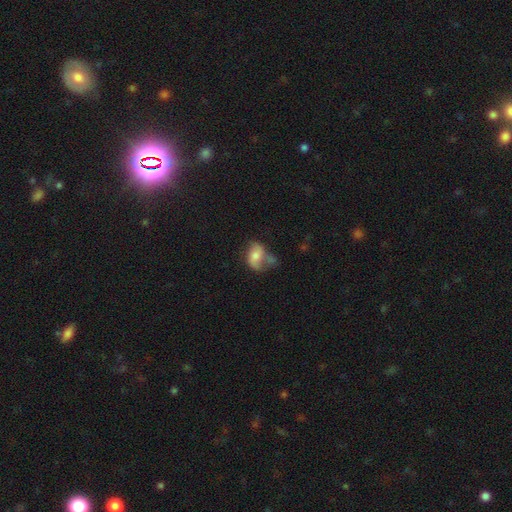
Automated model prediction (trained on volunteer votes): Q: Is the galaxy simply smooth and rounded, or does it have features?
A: smooth — 55%.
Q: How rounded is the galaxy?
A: in between — 81%.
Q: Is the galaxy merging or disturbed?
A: none — 33%.